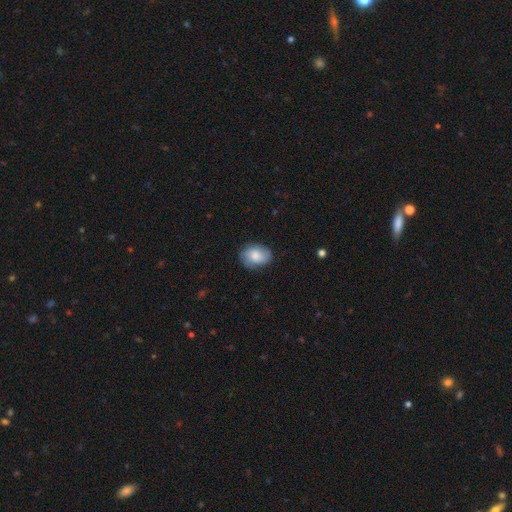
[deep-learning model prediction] Q: Smooth or featured?
A: smooth (73%); runner-up: featured or disk (20%)
Q: How rounded?
A: in between (68%); runner-up: round (31%)
Q: Merging?
A: none (76%); runner-up: minor disturbance (19%)